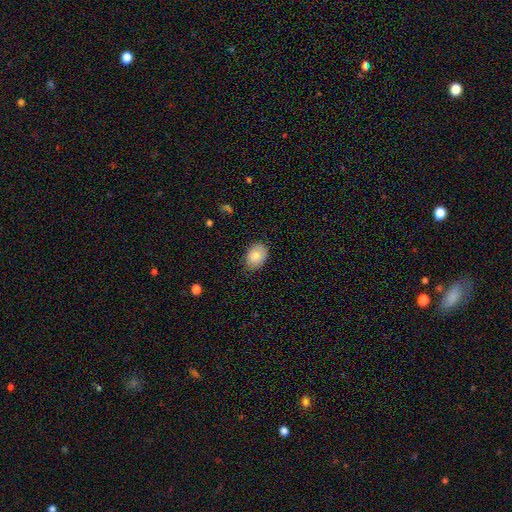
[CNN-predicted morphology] smooth_or_featured: smooth (p=0.80) [alt: featured or disk p=0.12]
how_rounded: in between (p=0.70) [alt: round p=0.29]
merging: none (p=0.75) [alt: minor disturbance p=0.21]